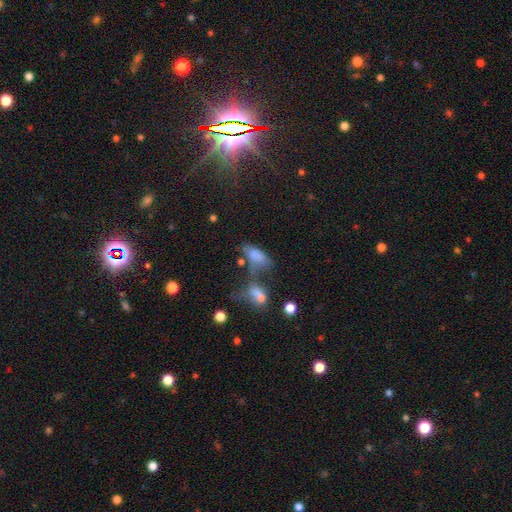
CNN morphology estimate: Smooth or featured?
  - smooth: 68% *
  - featured or disk: 17%
  - star or artifact: 15%
How rounded?
  - in between: 84% *
  - cigar-shaped: 10%
  - round: 6%
Merging?
  - merger: 41% *
  - major disturbance: 22%
  - none: 22%
  - minor disturbance: 15%